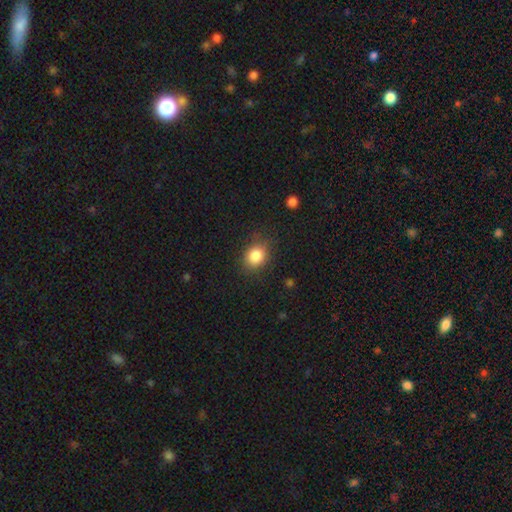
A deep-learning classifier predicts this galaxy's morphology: Overall: smooth (85%). How rounded: round (53%; in between 46%). Merging: none (78%).